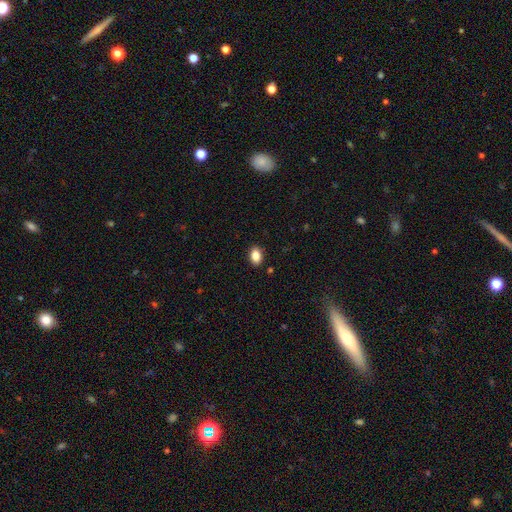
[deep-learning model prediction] This is clearly a smooth galaxy (86%). How rounded: clearly in between (82%). Merging: clearly none (90%).